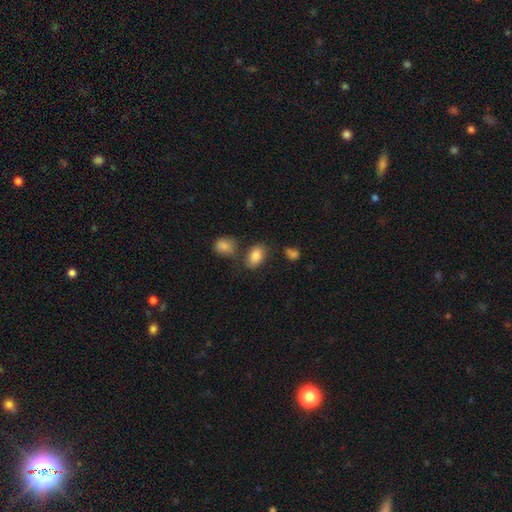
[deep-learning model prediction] smooth 83%, featured or disk 8%, star or artifact 8%. Down the decision tree: how rounded — in between (88%); merging — none (69%).